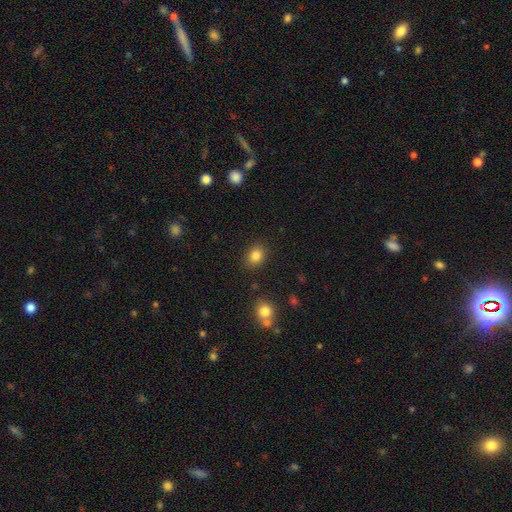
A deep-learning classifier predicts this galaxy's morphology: smooth_or_featured: smooth (p=0.84) [alt: star or artifact p=0.11]
how_rounded: round (p=0.51) [alt: in between p=0.48]
merging: none (p=0.86) [alt: minor disturbance p=0.09]